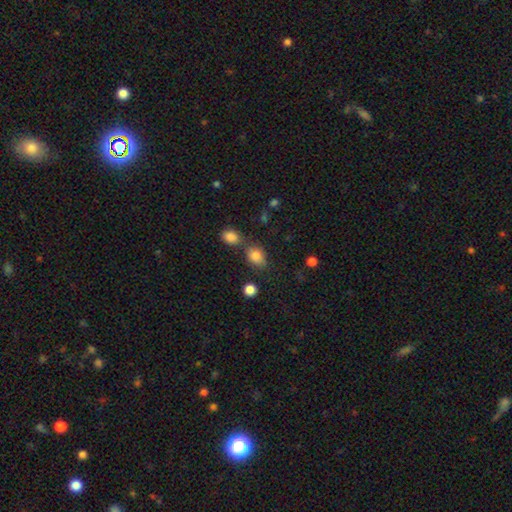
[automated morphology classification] Q: Smooth or featured?
A: smooth (82%); runner-up: star or artifact (11%)
Q: How rounded?
A: in between (62%); runner-up: round (36%)
Q: Merging?
A: none (62%); runner-up: merger (18%)